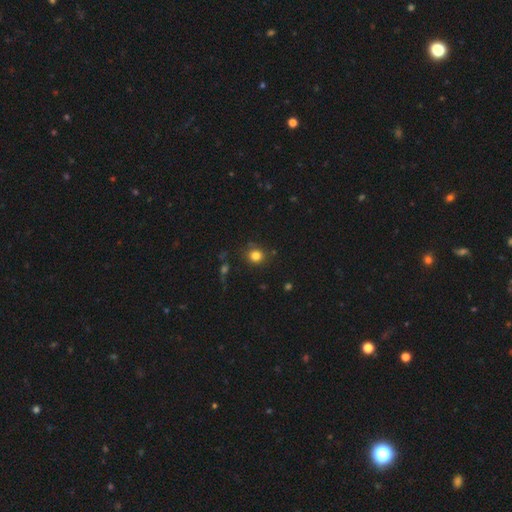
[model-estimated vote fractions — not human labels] Q: Smooth or featured?
A: smooth (82%); runner-up: star or artifact (12%)
Q: How rounded?
A: round (87%); runner-up: in between (12%)
Q: Merging?
A: none (82%); runner-up: minor disturbance (12%)